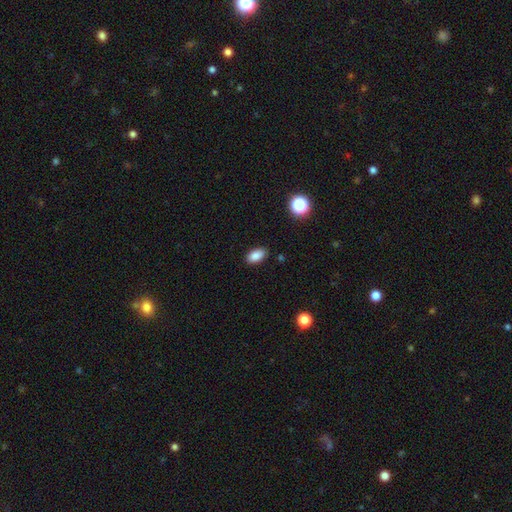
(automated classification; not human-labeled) Smooth or featured: smooth — 86% (star or artifact — 9%)
How rounded: in between — 92% (round — 5%)
Merging: none — 86% (minor disturbance — 11%)